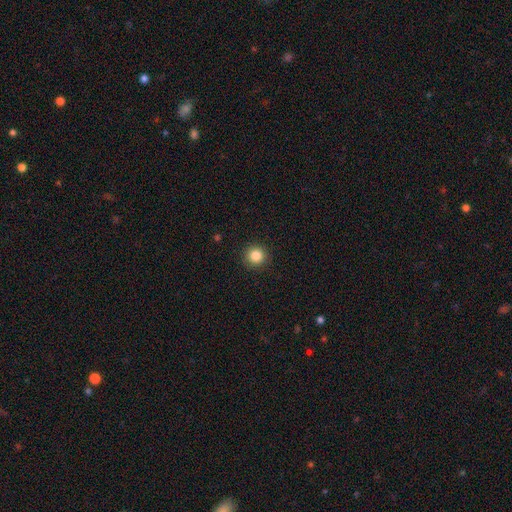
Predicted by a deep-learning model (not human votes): Smooth or featured: smooth — 85% (star or artifact — 11%)
How rounded: round — 95% (in between — 4%)
Merging: none — 92% (minor disturbance — 5%)